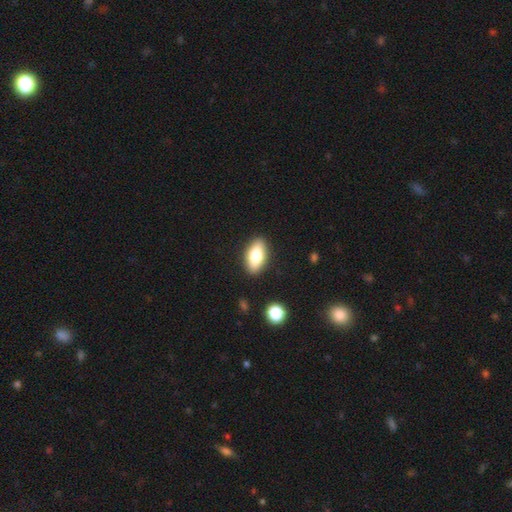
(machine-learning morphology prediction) A smooth galaxy with no disk features (75%) that is in between round and cigar-shaped (88%). Merging: none (88%).